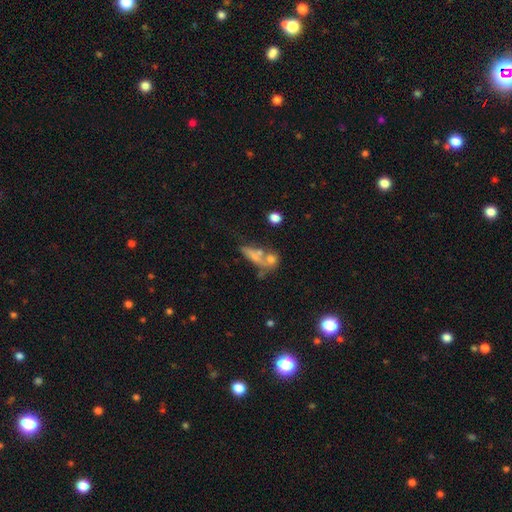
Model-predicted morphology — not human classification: Smooth or featured: smooth — 56% (featured or disk — 31%)
How rounded: in between — 49% (cigar-shaped — 36%)
Merging: merger — 42% (none — 31%)